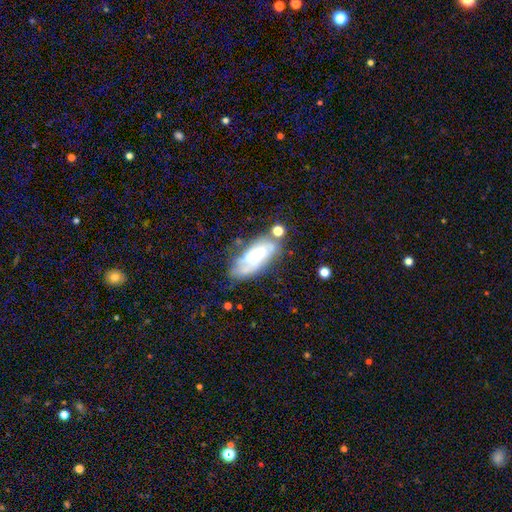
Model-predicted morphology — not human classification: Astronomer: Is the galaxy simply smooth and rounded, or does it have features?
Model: featured or disk — 57% (runner-up: smooth, 34%).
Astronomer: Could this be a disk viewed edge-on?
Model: no — 87%.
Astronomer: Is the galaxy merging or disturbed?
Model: none — 50%.